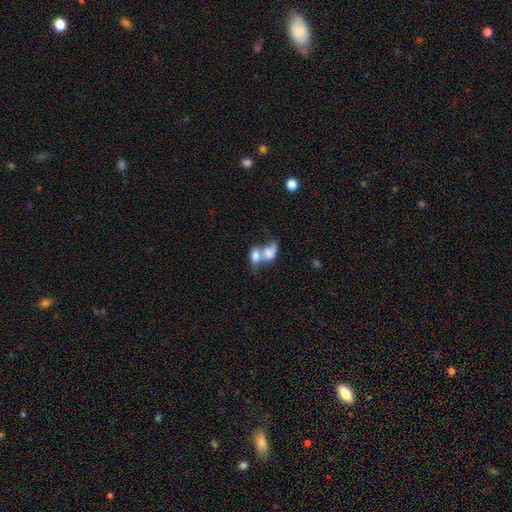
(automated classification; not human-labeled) The model was most divided on "smooth or featured": smooth: 68%, featured or disk: 23%, star or artifact: 9%. More confident: how rounded — in between (78%); merging — merger (77%).